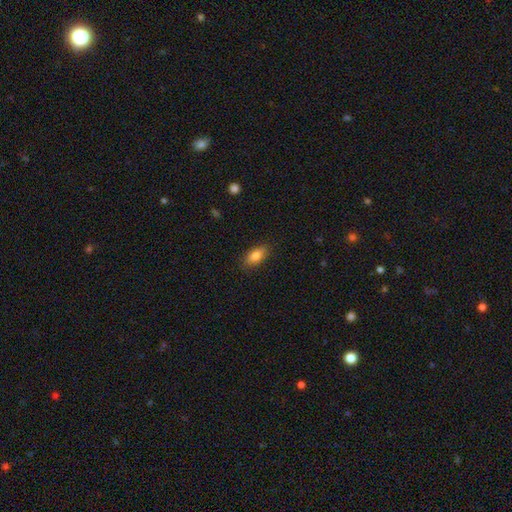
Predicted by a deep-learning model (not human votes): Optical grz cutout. It shows a smooth galaxy with no disk features (83%) that is in between round and cigar-shaped (87%). Merging: none (85%).